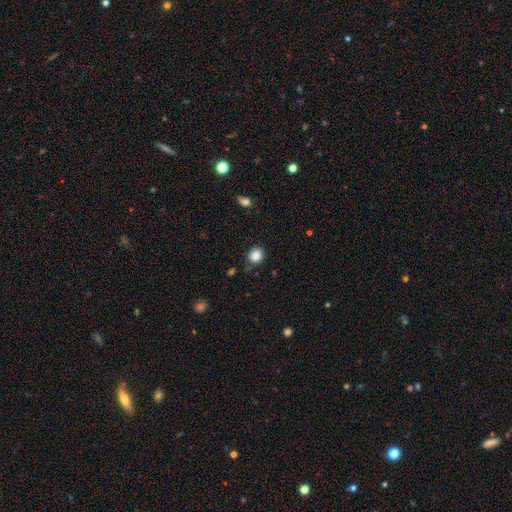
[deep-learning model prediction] Morphology: type=smooth (86%); roundness=round (74%); merging=none (84%).